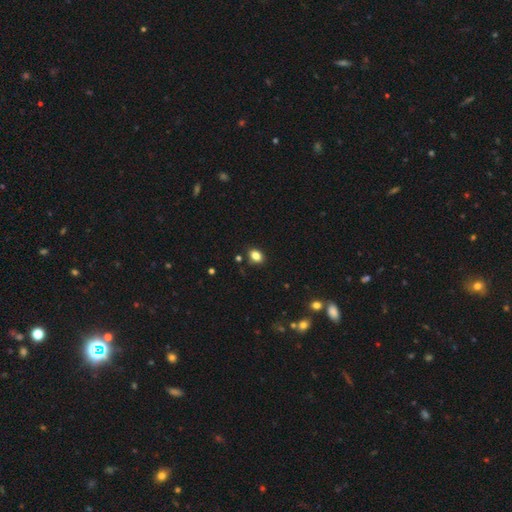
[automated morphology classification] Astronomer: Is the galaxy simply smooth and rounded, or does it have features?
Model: smooth — 83%.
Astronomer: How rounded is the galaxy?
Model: in between — 71%.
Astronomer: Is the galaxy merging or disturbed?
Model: none — 85%.